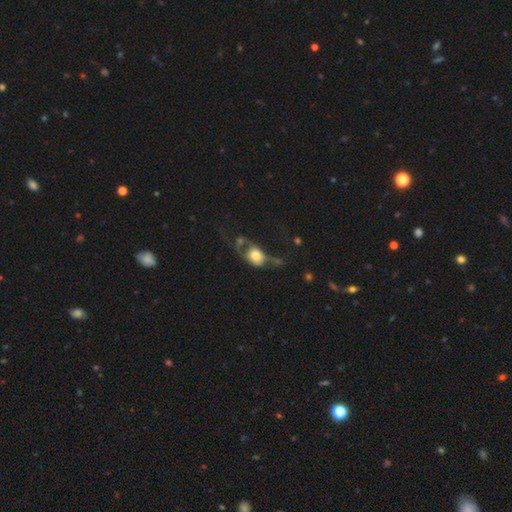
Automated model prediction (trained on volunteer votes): Q: Smooth or featured?
A: smooth (60%); runner-up: featured or disk (31%)
Q: How rounded?
A: in between (56%); runner-up: round (42%)
Q: Merging?
A: major disturbance (44%); runner-up: merger (21%)